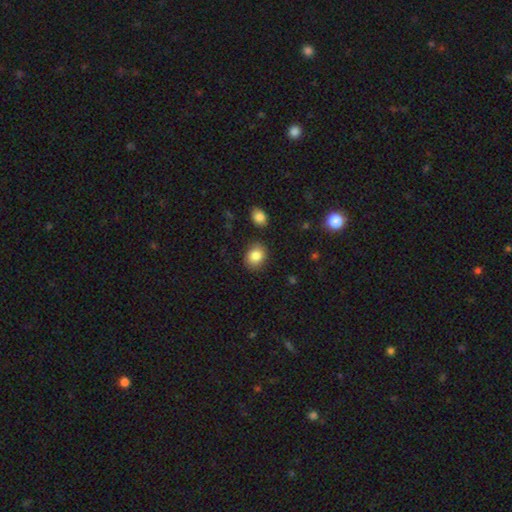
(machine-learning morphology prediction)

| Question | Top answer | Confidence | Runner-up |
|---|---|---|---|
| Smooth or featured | smooth | 85% | star or artifact (8%) |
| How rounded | round | 52% | in between (47%) |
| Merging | none | 83% | minor disturbance (11%) |